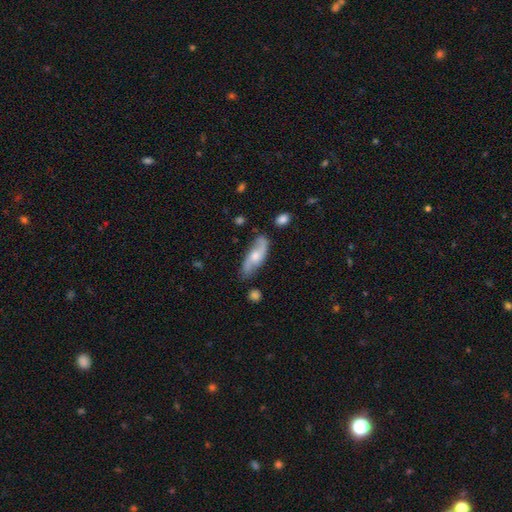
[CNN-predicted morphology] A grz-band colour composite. It shows a featured or disk galaxy (65%) with no bar (63%), spiral arms (90%) and a moderate central bulge (60%). Merging: none (73%).